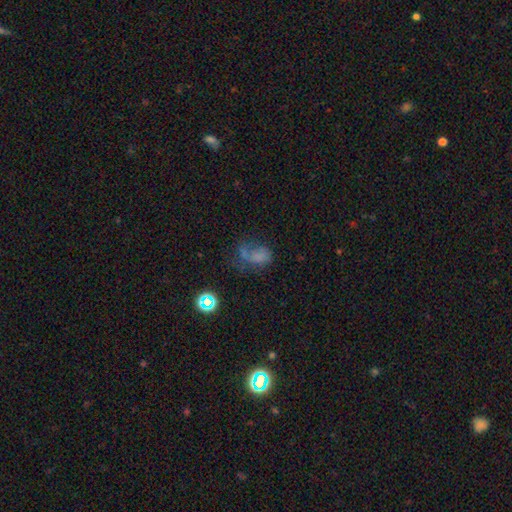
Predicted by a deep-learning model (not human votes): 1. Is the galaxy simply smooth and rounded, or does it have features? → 45% smooth, 34% featured or disk, 22% star or artifact.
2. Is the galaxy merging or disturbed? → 41% major disturbance, 29% none, 20% minor disturbance, 10% merger.